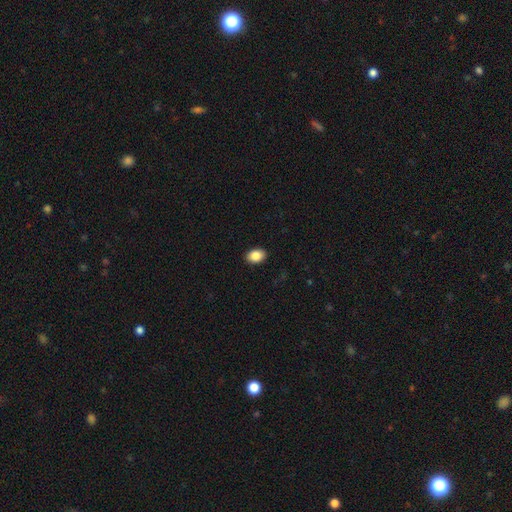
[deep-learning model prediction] Smooth or featured? smooth (87%)
How rounded? in between (78%)
Merging? none (90%)